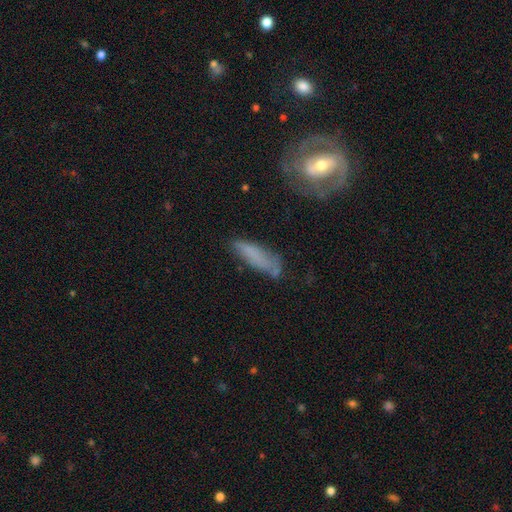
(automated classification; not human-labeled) Smooth or featured? Predicted: smooth (p=0.62). How rounded? Predicted: cigar-shaped (p=0.60). Merging? Predicted: none (p=0.59).